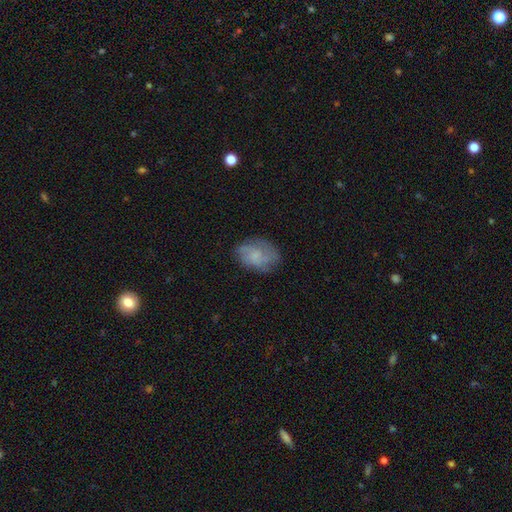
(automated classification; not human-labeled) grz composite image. It shows a smooth galaxy with no disk features (48%). Merging: none (69%).